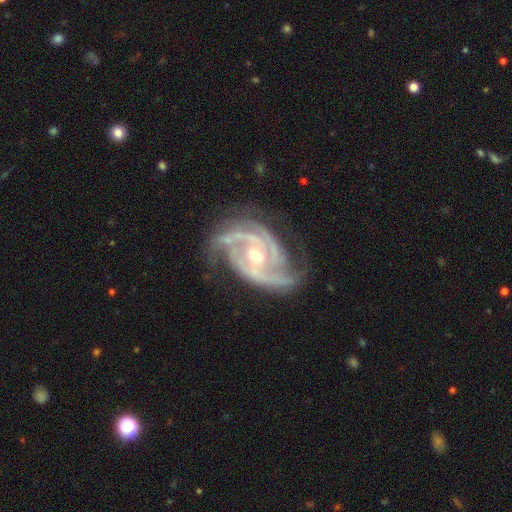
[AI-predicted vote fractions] A featured or disk galaxy (94%) with no bar (50%), 3 (51%) tight (51%) spiral arms (99%) and a moderate central bulge (69%). Merging: none (68%).